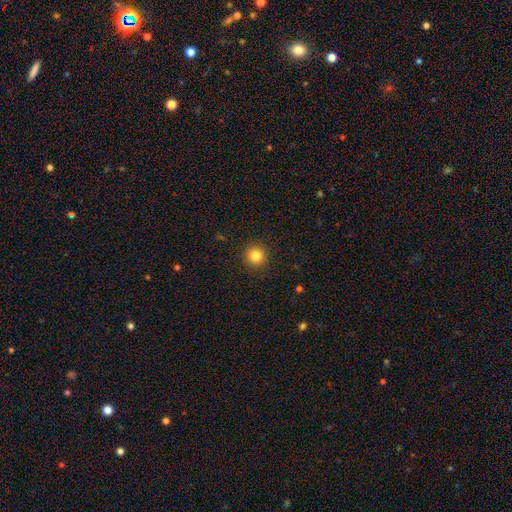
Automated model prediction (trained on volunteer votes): Overall: smooth (83%). How rounded: round (94%). Merging: none (91%).